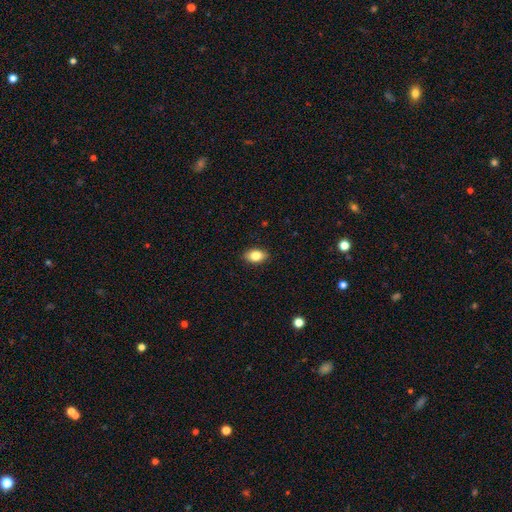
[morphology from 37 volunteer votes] A smooth galaxy with no disk features (81%) that is in between round and cigar-shaped (93%).

Vote fractions:
- Smooth or featured? smooth: 81% / featured or disk: 14% / star or artifact: 5%
- How rounded? in between: 93% / round: 7% / cigar-shaped: 0%
- Merging? none: 94% / minor disturbance: 3% / major disturbance: 3% / merger: 0%